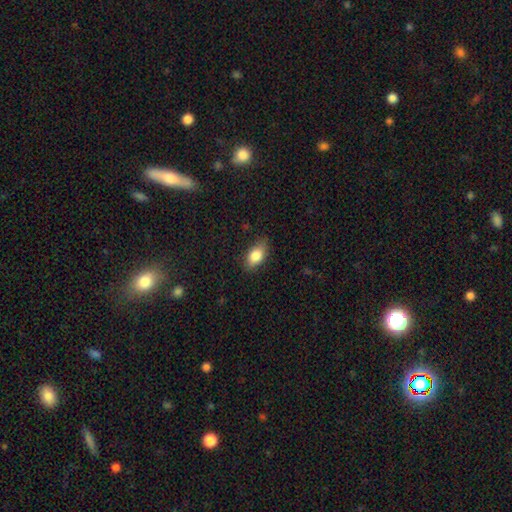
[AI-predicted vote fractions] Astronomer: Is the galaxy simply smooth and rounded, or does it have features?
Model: smooth — 82%.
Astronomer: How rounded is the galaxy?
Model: in between — 87%.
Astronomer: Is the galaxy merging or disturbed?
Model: none — 81%.